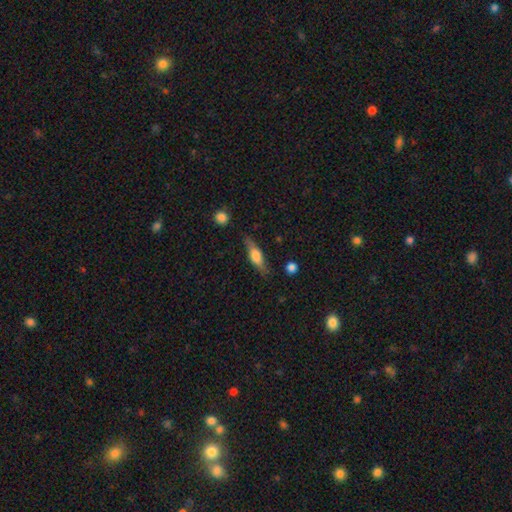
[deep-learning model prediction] The model was most divided on "smooth or featured": smooth: 52%, featured or disk: 41%, star or artifact: 6%. More confident: merging — none (78%); how rounded — cigar-shaped (55%).